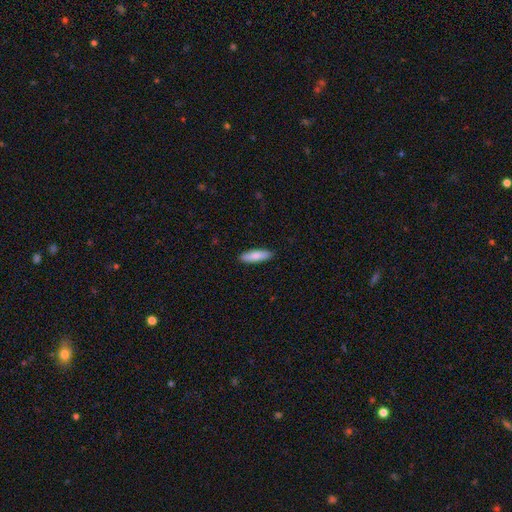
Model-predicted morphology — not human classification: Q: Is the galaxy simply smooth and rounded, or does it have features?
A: smooth — 82%.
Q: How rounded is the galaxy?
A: cigar-shaped — 54%.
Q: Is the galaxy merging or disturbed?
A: none — 90%.